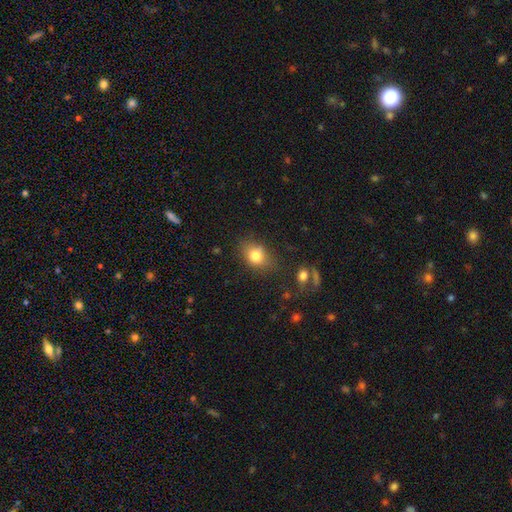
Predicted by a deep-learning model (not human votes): This appears to be a smooth galaxy with no disk features (80%) that is in between round and cigar-shaped (59%). Merging: none (70%).